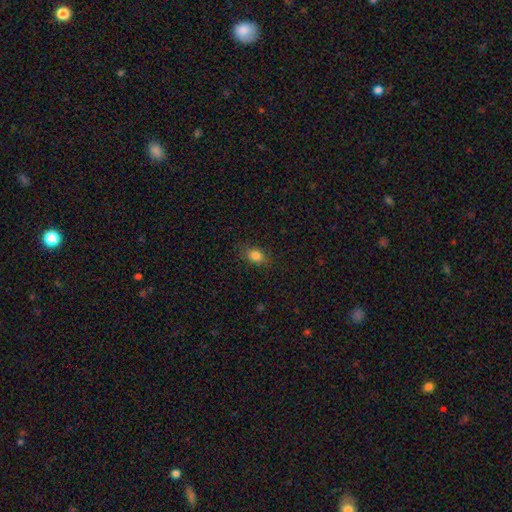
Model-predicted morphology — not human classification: A smooth galaxy with no disk features (83%) that is in between round and cigar-shaped (69%).

Vote fractions:
- Smooth or featured? smooth: 83% / star or artifact: 11% / featured or disk: 6%
- How rounded? in between: 69% / round: 29% / cigar-shaped: 2%
- Merging? none: 83% / minor disturbance: 13% / major disturbance: 3% / merger: 1%